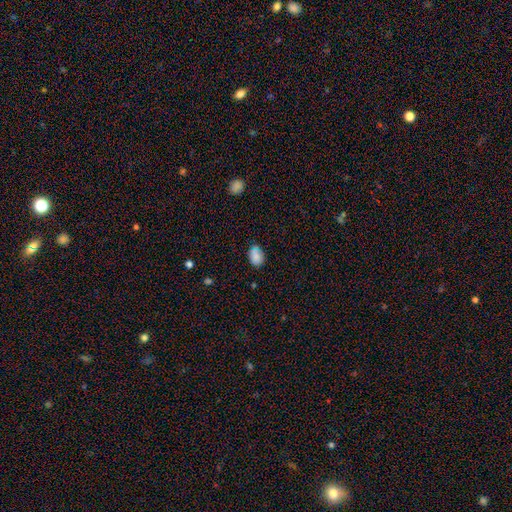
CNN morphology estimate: This is clearly a smooth galaxy (85%). How rounded: clearly in between (84%). Merging: likely none (70%).